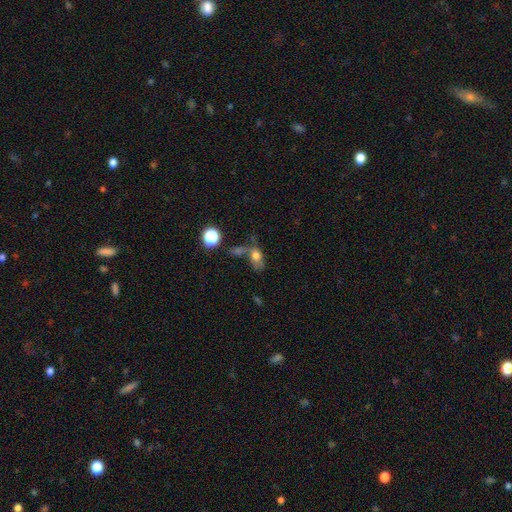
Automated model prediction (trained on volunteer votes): Q: Smooth or featured?
A: smooth (63%); runner-up: featured or disk (21%)
Q: How rounded?
A: in between (72%); runner-up: round (23%)
Q: Merging?
A: merger (37%); runner-up: none (28%)